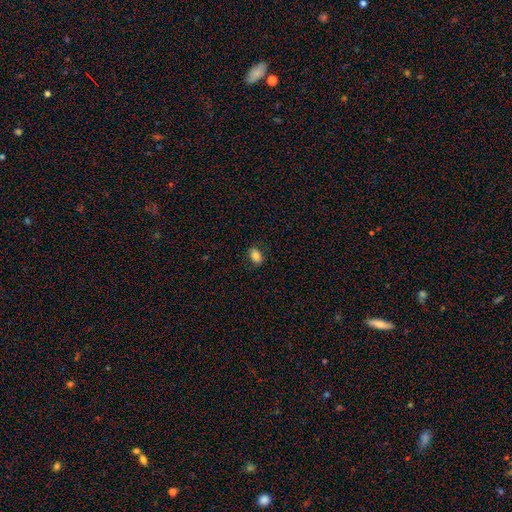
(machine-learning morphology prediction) Smooth or featured?
  - smooth: 84% *
  - star or artifact: 10%
  - featured or disk: 7%
How rounded?
  - in between: 80% *
  - round: 19%
  - cigar-shaped: 1%
Merging?
  - none: 85% *
  - minor disturbance: 12%
  - major disturbance: 3%
  - merger: 1%